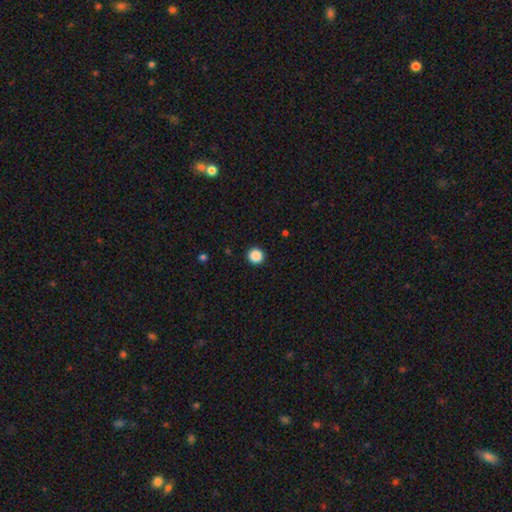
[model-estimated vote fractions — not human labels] smooth-or-featured: smooth: 88% | star or artifact: 10% | featured or disk: 2%
  how-rounded: round: 95% | in between: 4% | cigar-shaped: 1%
  merging: none: 93% | minor disturbance: 4% | major disturbance: 2% | merger: 1%